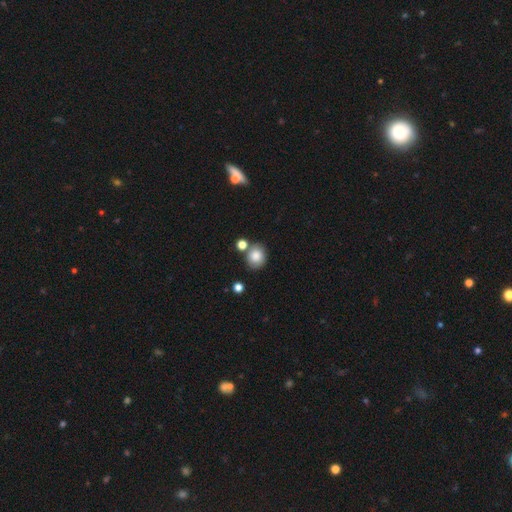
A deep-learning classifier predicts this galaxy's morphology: smooth 82%, star or artifact 10%, featured or disk 8%. Down the decision tree: how rounded — round (70%); merging — none (68%).